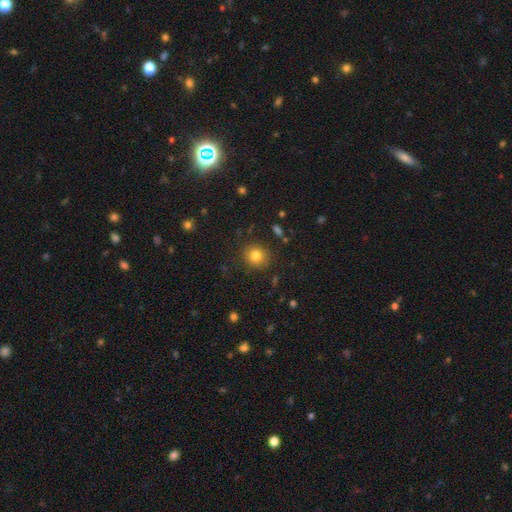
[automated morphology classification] Smooth or featured? Predicted: smooth (p=0.81). How rounded? Predicted: round (p=0.88). Merging? Predicted: none (p=0.88).